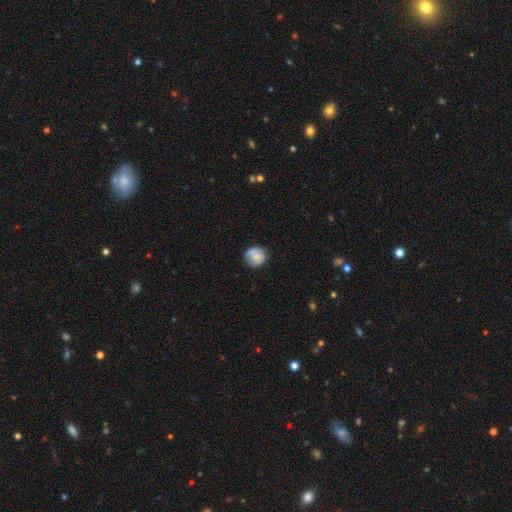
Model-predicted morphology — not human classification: Smooth or featured? Predicted: smooth (p=0.75). How rounded? Predicted: round (p=0.86). Merging? Predicted: none (p=0.69).